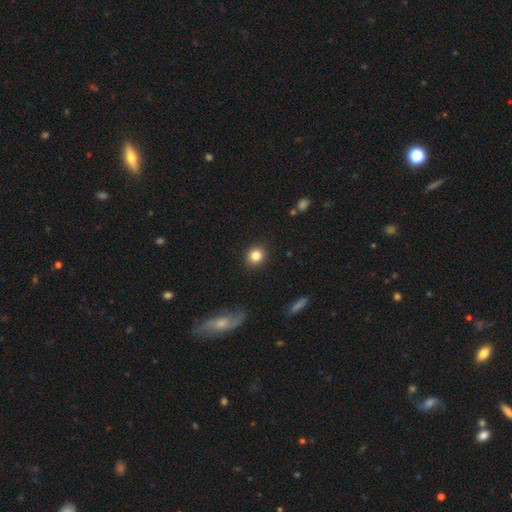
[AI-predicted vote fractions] smooth 83%, star or artifact 10%, featured or disk 6%. Down the decision tree: how rounded — round (82%); merging — none (89%).